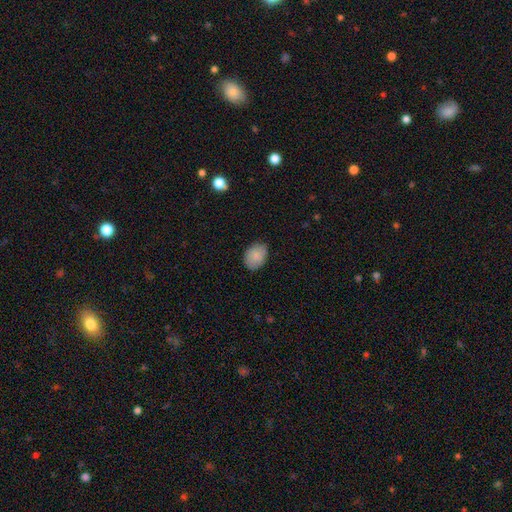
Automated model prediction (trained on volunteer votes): Morphology: type=smooth (87%); roundness=in between (73%); merging=none (81%).